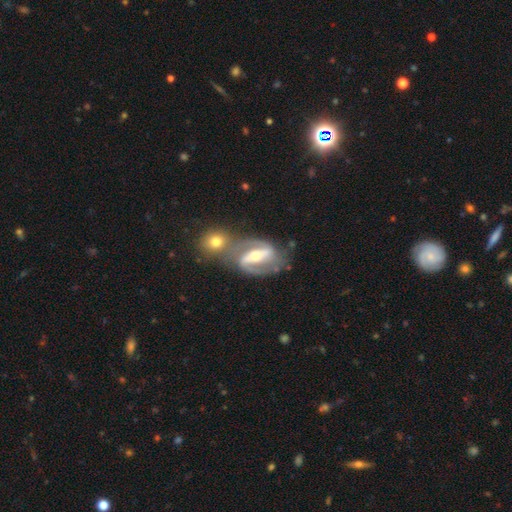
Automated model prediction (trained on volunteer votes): Smooth or featured? featured or disk (87%)
Edge-on disk? no (95%)
Bar? strong (68%)
Spiral arms? yes (93%)
Spiral winding? medium (53%)
Spiral arm count? 2 (91%)
Bulge size? moderate (64%)
Merging? none (54%)